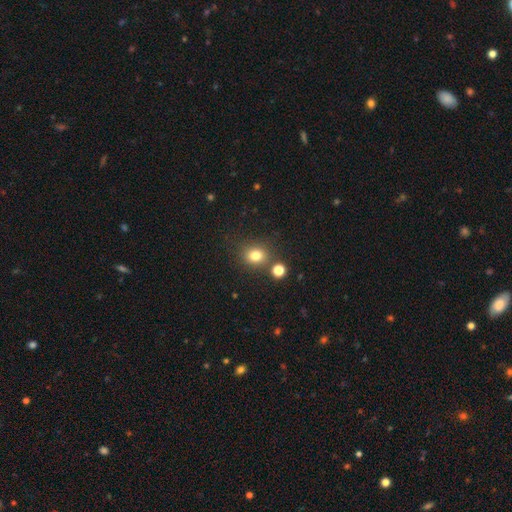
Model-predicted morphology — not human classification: The model was most divided on "how rounded": round: 70%, in between: 29%, cigar-shaped: 1%. More confident: smooth or featured — smooth (78%); merging — none (75%).